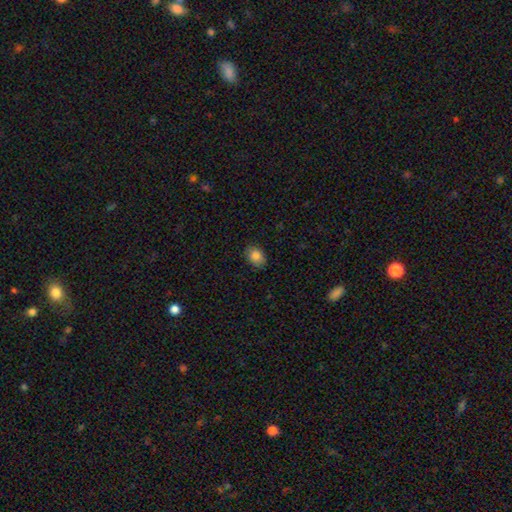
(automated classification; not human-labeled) Overall: smooth (85%). How rounded: in between (69%; round 30%). Merging: none (86%).